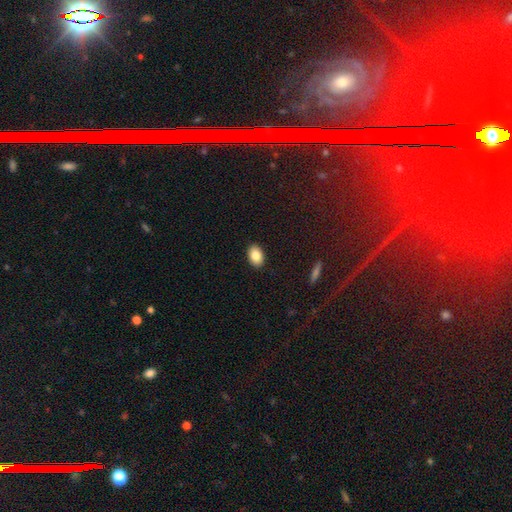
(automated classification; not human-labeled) Smooth or featured? Predicted: smooth (p=0.85). How rounded? Predicted: in between (p=0.87). Merging? Predicted: none (p=0.90).